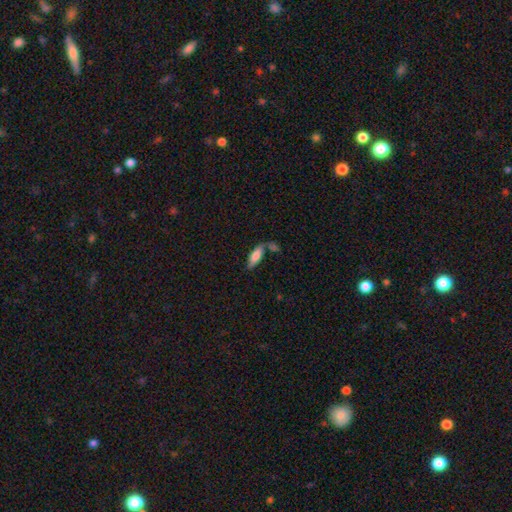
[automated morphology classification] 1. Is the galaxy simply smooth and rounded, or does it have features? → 74% smooth, 19% featured or disk, 7% star or artifact.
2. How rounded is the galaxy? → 62% in between, 36% cigar-shaped, 2% round.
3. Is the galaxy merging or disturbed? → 56% none, 21% merger, 17% minor disturbance, 6% major disturbance.